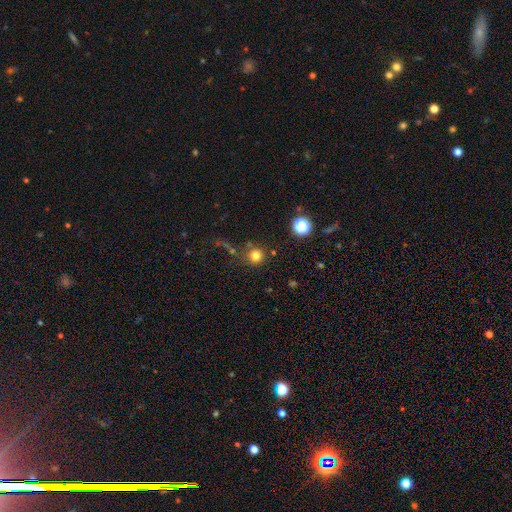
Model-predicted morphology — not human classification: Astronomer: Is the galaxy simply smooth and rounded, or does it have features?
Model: smooth — 78%.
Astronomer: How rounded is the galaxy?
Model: round — 94%.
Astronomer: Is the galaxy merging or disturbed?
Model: none — 80%.